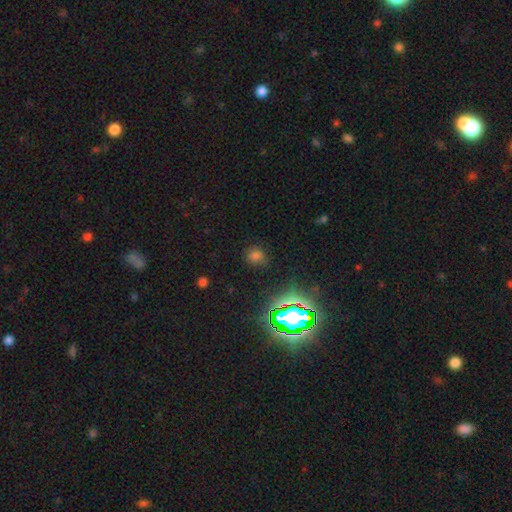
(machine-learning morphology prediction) Overall: smooth (62%; star or artifact 31%). How rounded: round (75%). Merging: none (81%).